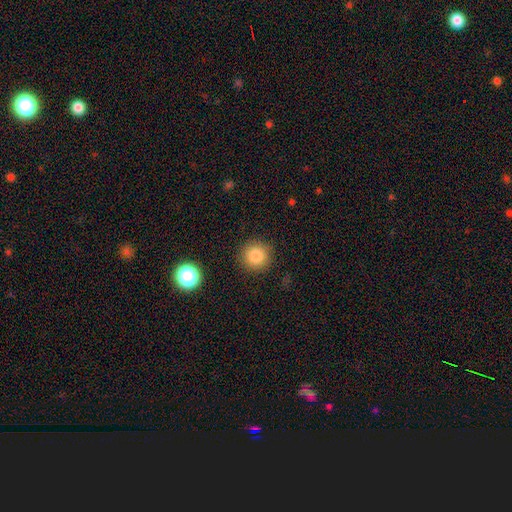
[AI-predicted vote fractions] Morphology: type=smooth (84%); roundness=round (94%); merging=none (89%).